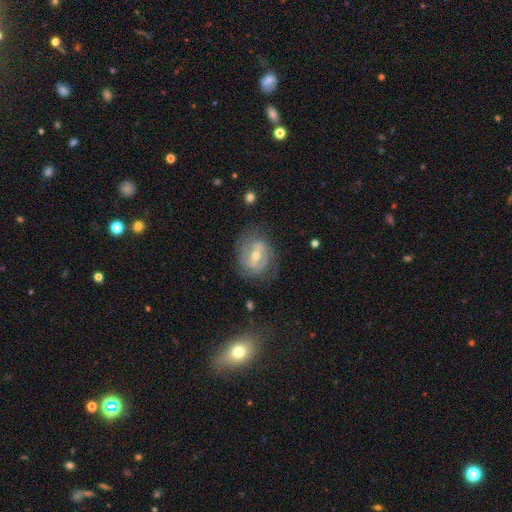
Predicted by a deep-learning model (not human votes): smooth-or-featured: featured or disk: 83% | smooth: 11% | star or artifact: 6%
  disk-edge-on: no: 95% | yes: 5%
    bar: strong: 49% | weak: 39% | no: 12%
    has-spiral-arms: yes: 88% | no: 12%
      spiral-winding: tight: 53% | medium: 35% | loose: 12%
      spiral-arm-count: 2: 55% | can't tell: 21% | 3: 13% | 1: 4% | 4: 4% | more than 4: 3%
    bulge-size: moderate: 65% | small: 30% | large: 3% | none: 1% | dominant: 1%
  merging: none: 72% | minor disturbance: 18% | major disturbance: 8% | merger: 2%